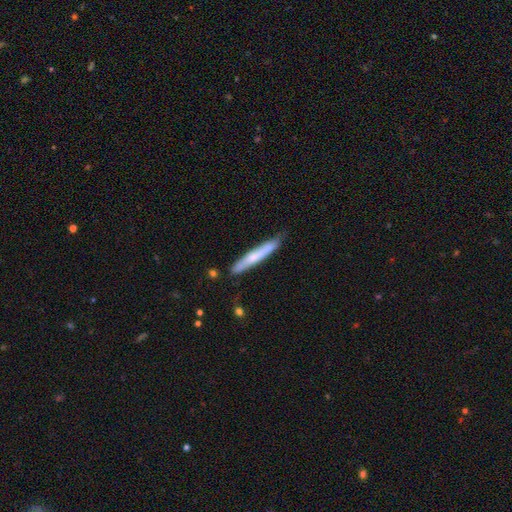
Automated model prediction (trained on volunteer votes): Smooth or featured? smooth (56%)
How rounded? cigar-shaped (95%)
Merging? none (75%)